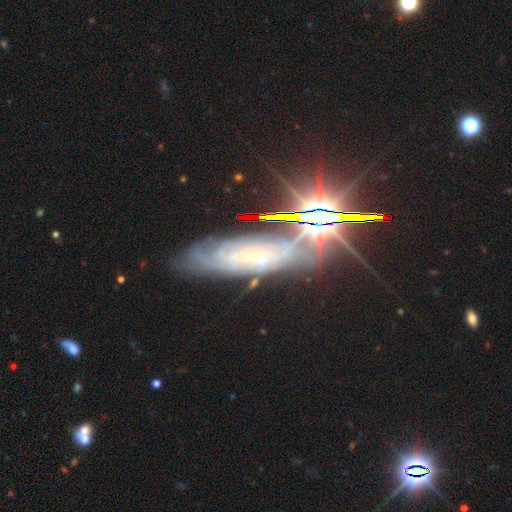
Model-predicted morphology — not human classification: type=featured or disk (69%); edge-on=no (81%); bar=no (65%); spiral arms=yes (94%); winding=tight (76%); arm count=can't tell (51%); bulge=small (83%); merging=none (75%).